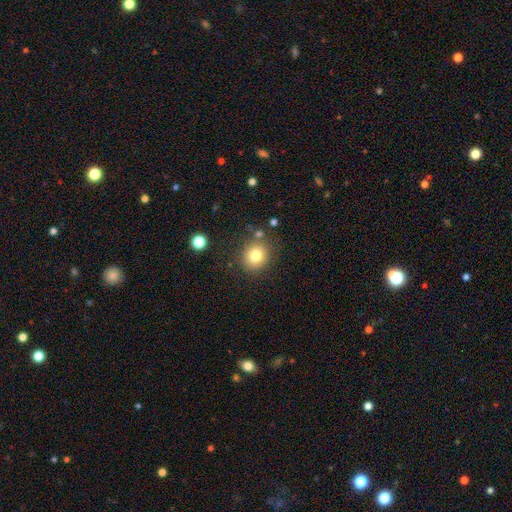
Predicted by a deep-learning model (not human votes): Smooth or featured? Predicted: smooth (p=0.79). How rounded? Predicted: round (p=0.84). Merging? Predicted: none (p=0.81).